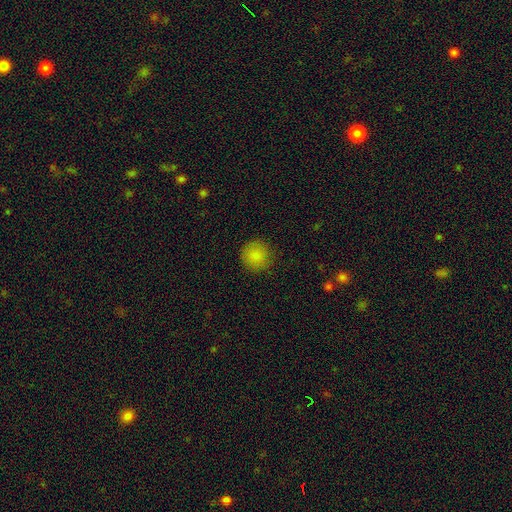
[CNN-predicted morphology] Q: Smooth or featured?
A: smooth (84%); runner-up: star or artifact (11%)
Q: How rounded?
A: round (94%); runner-up: in between (5%)
Q: Merging?
A: none (87%); runner-up: minor disturbance (9%)